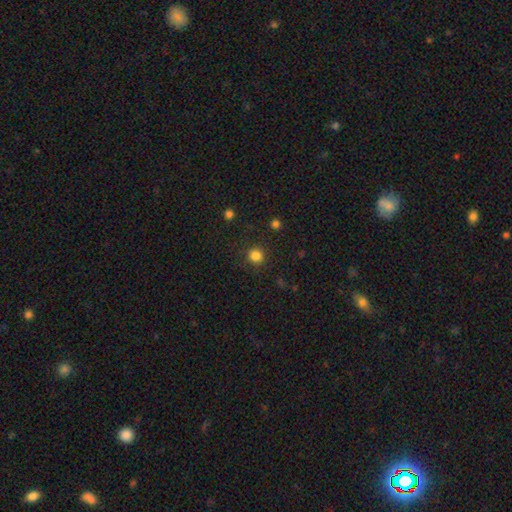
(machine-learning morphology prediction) smooth 84%, star or artifact 13%, featured or disk 4%. Down the decision tree: how rounded — round (93%); merging — none (89%).